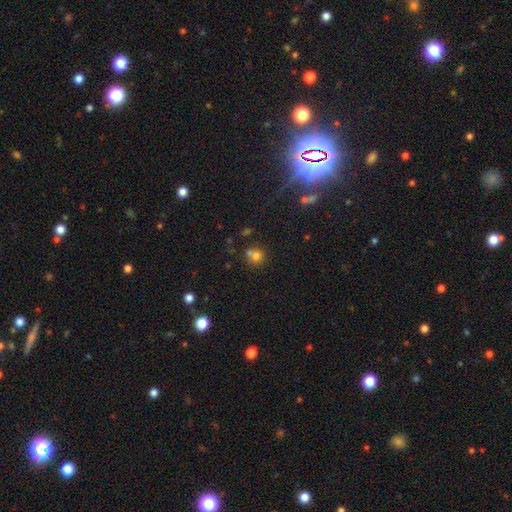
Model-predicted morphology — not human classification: smooth-or-featured: smooth: 72% | star or artifact: 17% | featured or disk: 12%
  how-rounded: round: 86% | in between: 13% | cigar-shaped: 1%
  merging: none: 53% | merger: 35% | minor disturbance: 9% | major disturbance: 4%